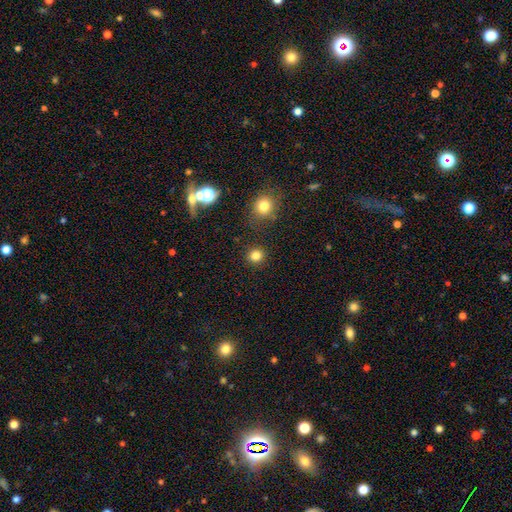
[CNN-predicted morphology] Q: Smooth or featured?
A: smooth (82%); runner-up: star or artifact (14%)
Q: How rounded?
A: round (92%); runner-up: in between (7%)
Q: Merging?
A: none (90%); runner-up: minor disturbance (5%)